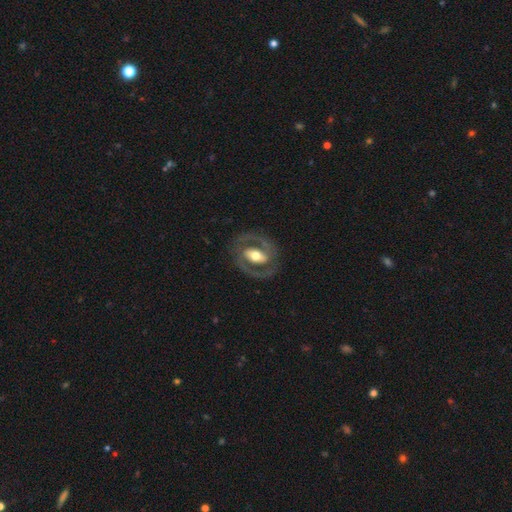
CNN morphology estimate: Overall: featured or disk (80%). Edge-on disk: no (95%). Bar: strong (40%; weak 31%). Spiral arms: yes (72%). Spiral arm count: 2 (87%). Spiral winding: medium (49%; tight 36%). Bulge size: moderate (66%). Merging: none (81%).